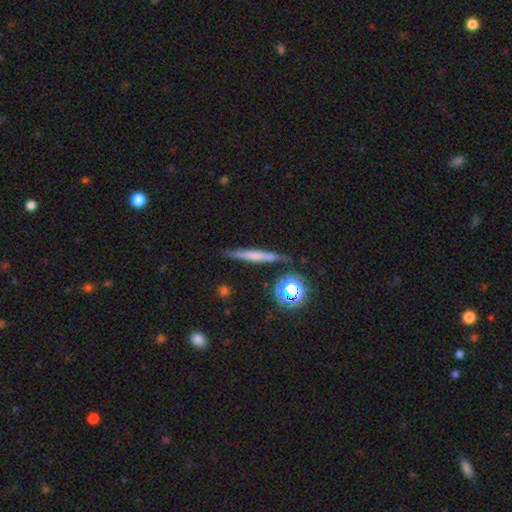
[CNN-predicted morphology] A smooth galaxy with no disk features (46%). Merging: none (84%).